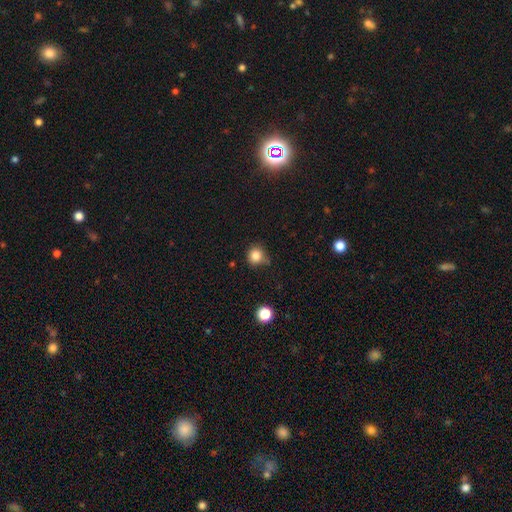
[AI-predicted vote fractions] Smooth or featured? Predicted: smooth (p=0.83). How rounded? Predicted: round (p=0.90). Merging? Predicted: none (p=0.71).